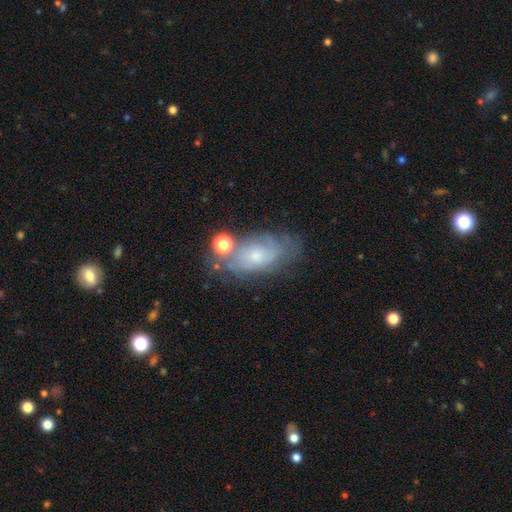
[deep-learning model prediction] Smooth or featured?
  - featured or disk: 59% *
  - smooth: 30%
  - star or artifact: 11%
Edge-on disk?
  - no: 92% *
  - yes: 8%
Bar?
  - no: 75% *
  - weak: 22%
  - strong: 3%
Spiral arms?
  - yes: 76% *
  - no: 24%
Bulge size?
  - small: 61% *
  - moderate: 30%
  - none: 5%
  - large: 3%
  - dominant: 1%
Merging?
  - none: 56% *
  - minor disturbance: 23%
  - major disturbance: 11%
  - merger: 9%